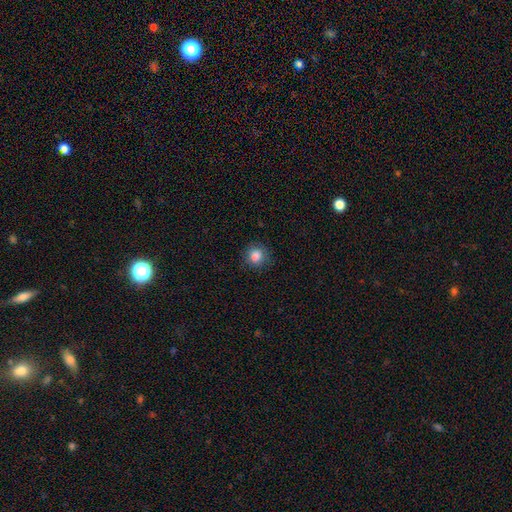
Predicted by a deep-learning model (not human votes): Morphology: type=smooth (85%); roundness=round (88%); merging=none (84%).